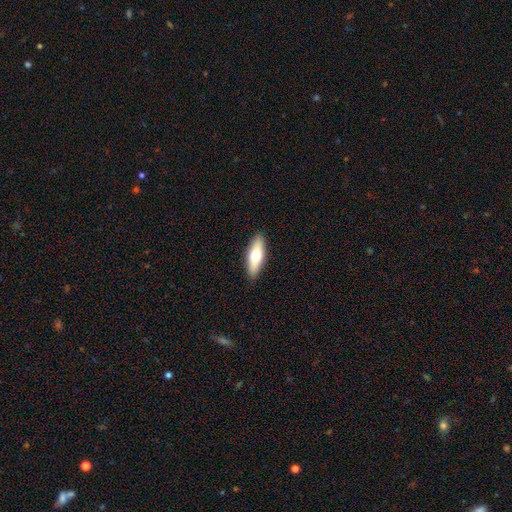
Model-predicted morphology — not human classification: smooth 61%, featured or disk 33%, star or artifact 6%. Down the decision tree: how rounded — in between (57%); merging — none (89%).